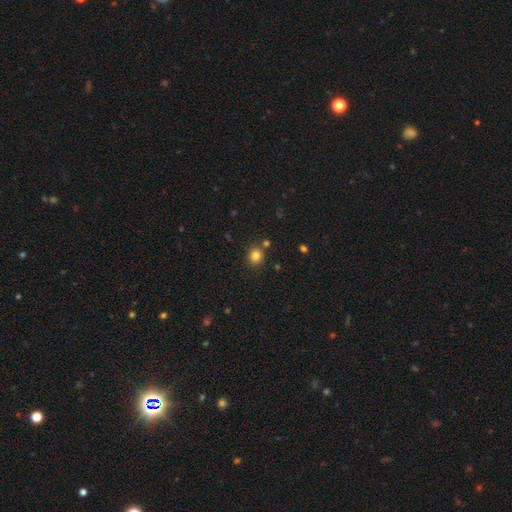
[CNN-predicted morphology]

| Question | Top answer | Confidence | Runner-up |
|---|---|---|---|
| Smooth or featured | smooth | 82% | star or artifact (13%) |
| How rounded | round | 83% | in between (16%) |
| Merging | none | 82% | minor disturbance (9%) |